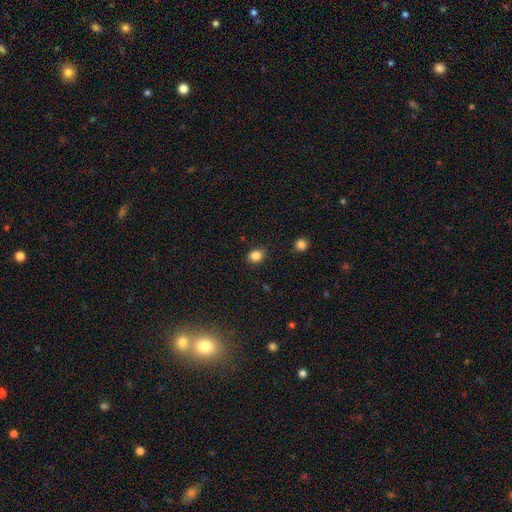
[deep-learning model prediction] Morphology: type=smooth (85%); roundness=round (59%); merging=none (86%).